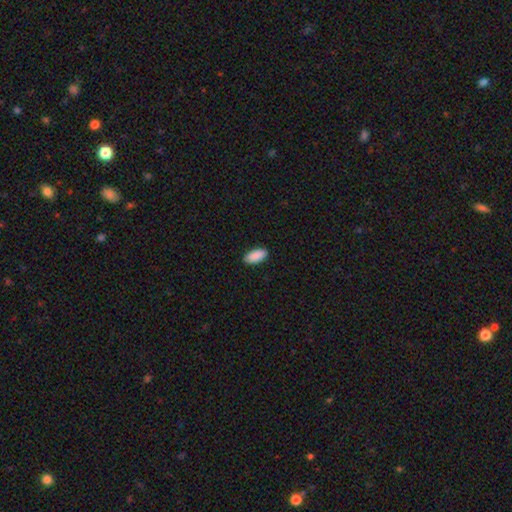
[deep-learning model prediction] This is clearly a smooth galaxy (91%). How rounded: clearly in between (92%). Merging: clearly none (90%).